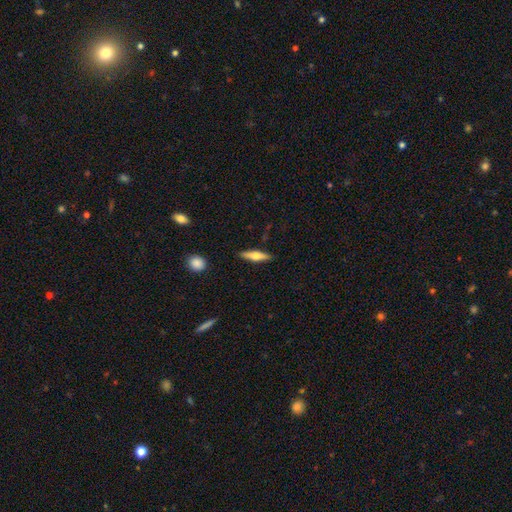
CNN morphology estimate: Smooth or featured: smooth — 49% (featured or disk — 45%)
Merging: none — 87% (minor disturbance — 10%)